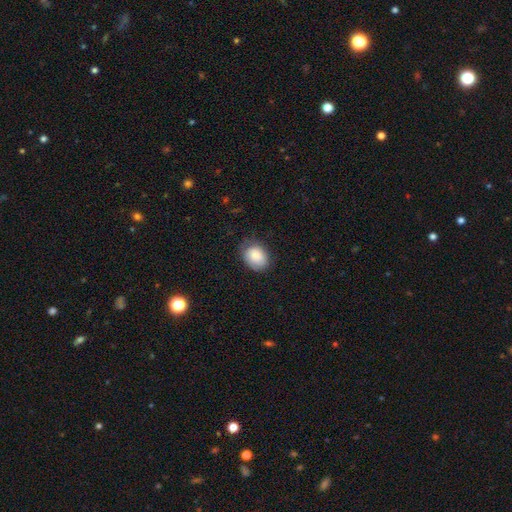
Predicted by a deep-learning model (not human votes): This appears to be a smooth galaxy with no disk features (85%) that is in between round and cigar-shaped (67%). Merging: none (71%).